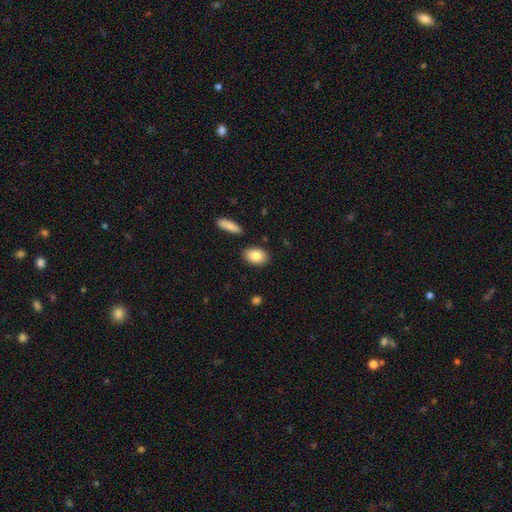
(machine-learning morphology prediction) Overall: smooth (84%). How rounded: in between (85%). Merging: none (86%).